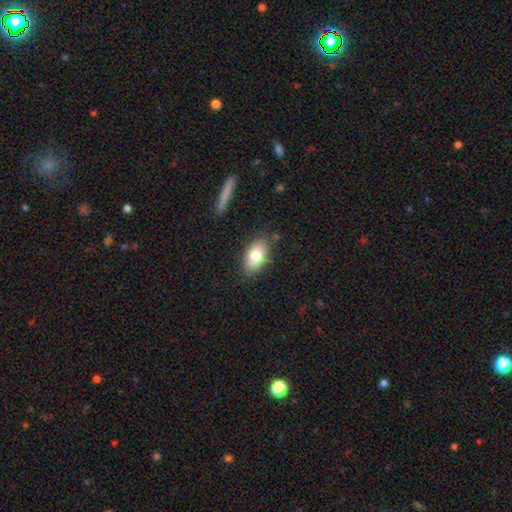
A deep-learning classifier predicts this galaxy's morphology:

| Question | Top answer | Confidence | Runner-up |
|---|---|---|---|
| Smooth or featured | smooth | 77% | featured or disk (15%) |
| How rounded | in between | 90% | round (8%) |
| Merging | none | 82% | minor disturbance (13%) |